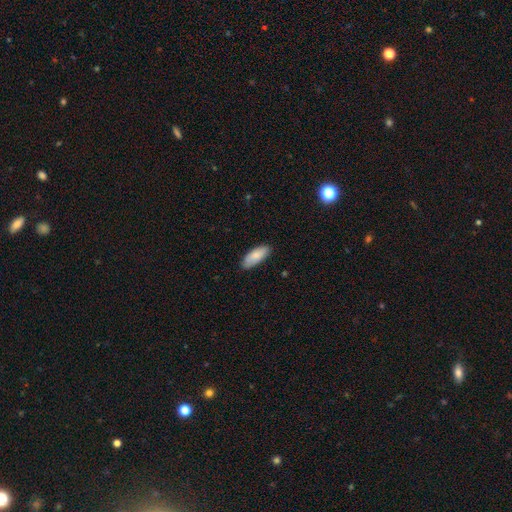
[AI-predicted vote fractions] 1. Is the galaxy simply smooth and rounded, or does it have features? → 84% smooth, 10% featured or disk, 6% star or artifact.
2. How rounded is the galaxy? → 81% in between, 18% cigar-shaped, 2% round.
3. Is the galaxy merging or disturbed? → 85% none, 12% minor disturbance, 2% major disturbance, 1% merger.